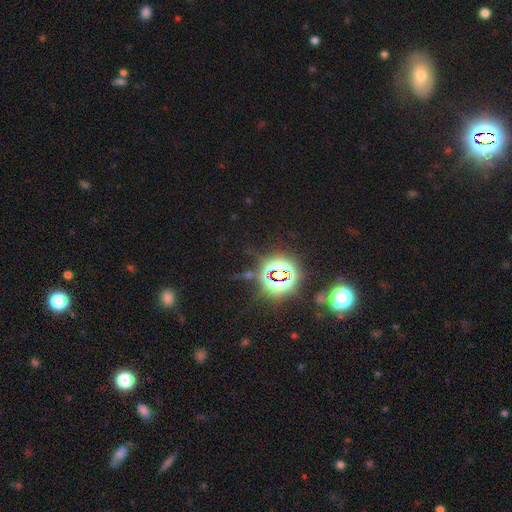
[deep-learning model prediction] Overall: star or artifact (80%).